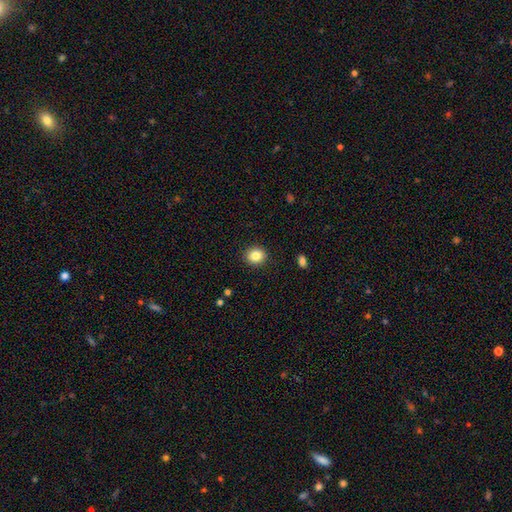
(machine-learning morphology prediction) A smooth galaxy with no disk features (85%) that is round (78%). Merging: none (91%).